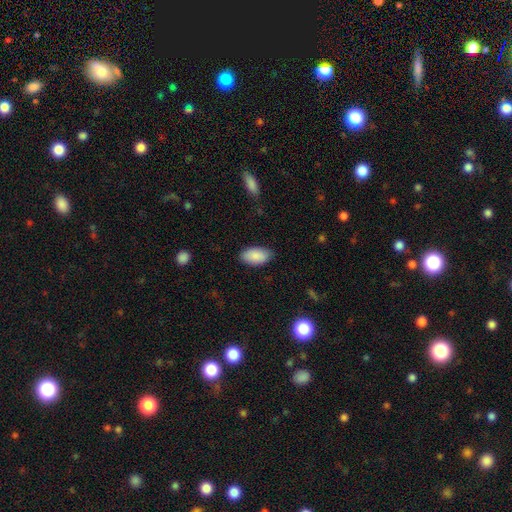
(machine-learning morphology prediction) A smooth galaxy with no disk features (89%) that is in between round and cigar-shaped (95%).

Vote fractions:
- Smooth or featured? smooth: 89% / star or artifact: 6% / featured or disk: 5%
- How rounded? in between: 95% / round: 3% / cigar-shaped: 2%
- Merging? none: 83% / minor disturbance: 13% / major disturbance: 3% / merger: 1%